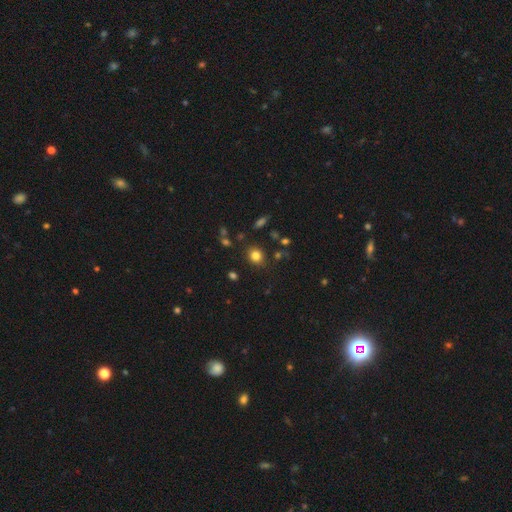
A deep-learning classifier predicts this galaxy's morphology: Smooth or featured? smooth (80%)
How rounded? round (74%)
Merging? none (84%)